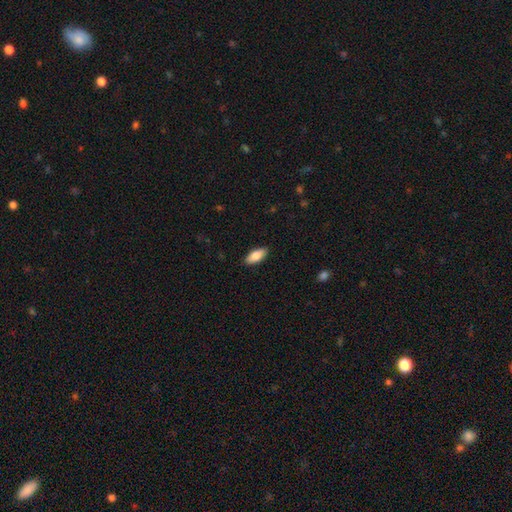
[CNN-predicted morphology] This is clearly a smooth galaxy (83%). How rounded: clearly in between (86%). Merging: clearly none (89%).